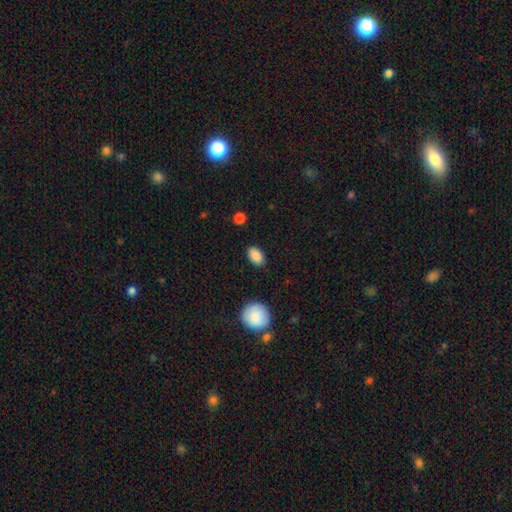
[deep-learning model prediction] Smooth or featured?
  - smooth: 88% *
  - star or artifact: 7%
  - featured or disk: 4%
How rounded?
  - in between: 87% *
  - round: 11%
  - cigar-shaped: 2%
Merging?
  - none: 86% *
  - minor disturbance: 10%
  - major disturbance: 3%
  - merger: 1%